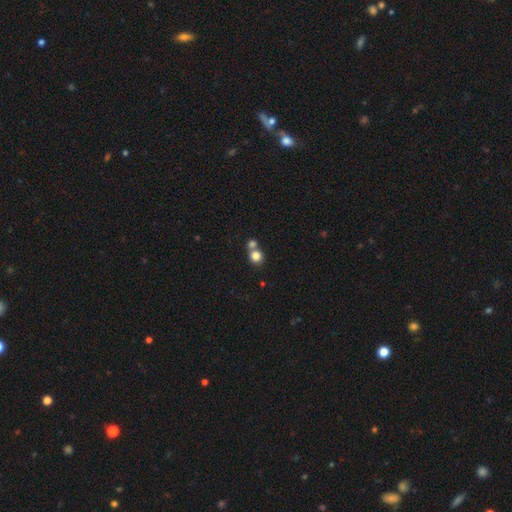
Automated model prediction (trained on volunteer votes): Smooth or featured?
  - smooth: 81% *
  - star or artifact: 11%
  - featured or disk: 8%
How rounded?
  - round: 86% *
  - in between: 13%
  - cigar-shaped: 1%
Merging?
  - none: 47% *
  - merger: 44%
  - minor disturbance: 6%
  - major disturbance: 3%